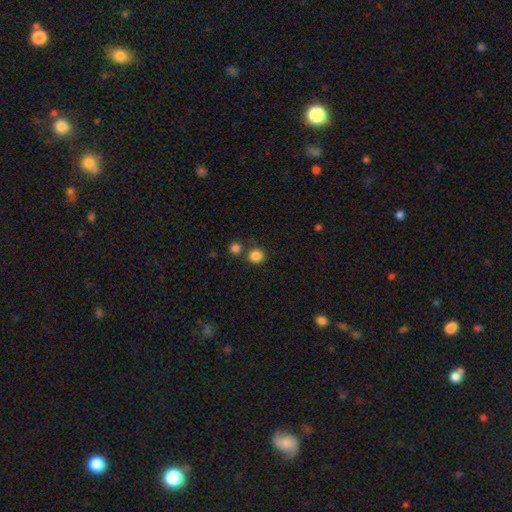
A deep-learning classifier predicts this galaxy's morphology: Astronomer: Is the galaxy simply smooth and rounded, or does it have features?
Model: smooth — 85%.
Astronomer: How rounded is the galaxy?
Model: round — 88%.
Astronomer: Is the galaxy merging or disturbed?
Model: none — 74%.